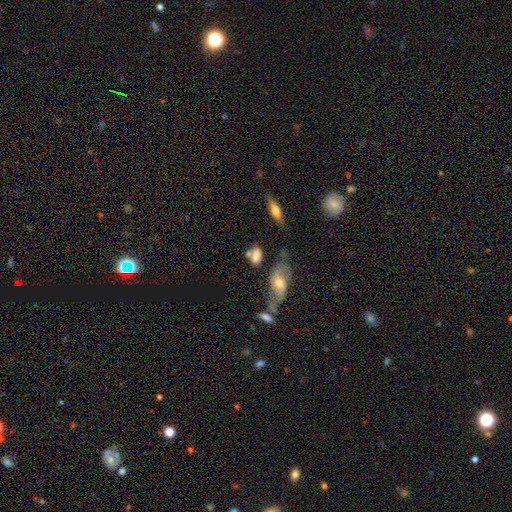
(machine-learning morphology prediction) Overall: smooth (69%). How rounded: in between (78%). Merging: none (52%; minor disturbance 21%).